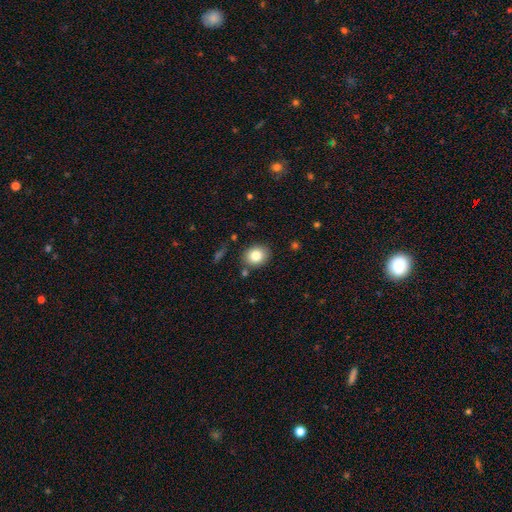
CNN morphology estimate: Smooth or featured?
  - smooth: 82% *
  - star or artifact: 9%
  - featured or disk: 9%
How rounded?
  - round: 63% *
  - in between: 36%
  - cigar-shaped: 1%
Merging?
  - none: 84% *
  - minor disturbance: 10%
  - merger: 4%
  - major disturbance: 3%